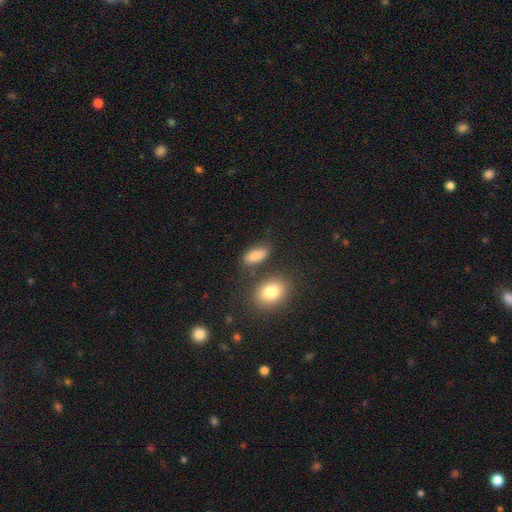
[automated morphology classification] Smooth or featured?
  - smooth: 83% *
  - star or artifact: 9%
  - featured or disk: 7%
How rounded?
  - in between: 84% *
  - cigar-shaped: 9%
  - round: 7%
Merging?
  - none: 74% *
  - minor disturbance: 15%
  - merger: 7%
  - major disturbance: 5%